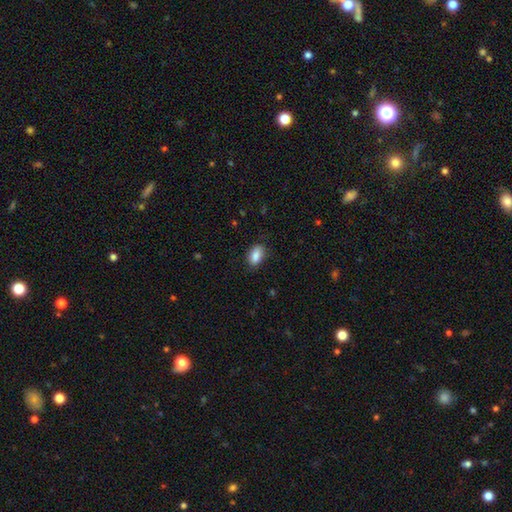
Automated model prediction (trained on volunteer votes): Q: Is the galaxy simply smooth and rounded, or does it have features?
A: smooth — 87%.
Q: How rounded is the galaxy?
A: in between — 89%.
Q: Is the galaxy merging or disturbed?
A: none — 79%.